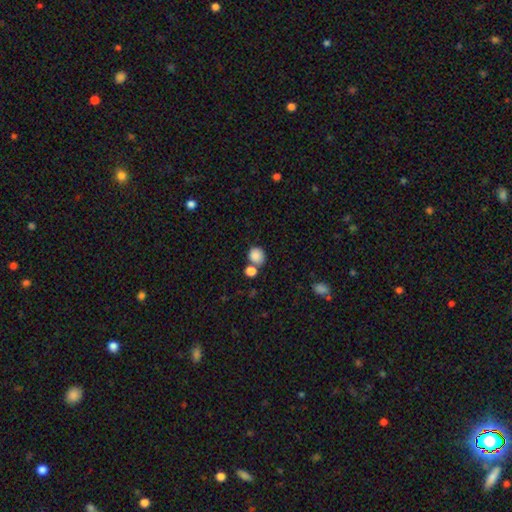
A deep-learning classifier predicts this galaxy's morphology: A smooth galaxy with no disk features (85%) that is round (78%).

Vote fractions:
- Smooth or featured? smooth: 85% / star or artifact: 10% / featured or disk: 5%
- How rounded? round: 78% / in between: 21% / cigar-shaped: 1%
- Merging? none: 58% / merger: 27% / minor disturbance: 11% / major disturbance: 4%